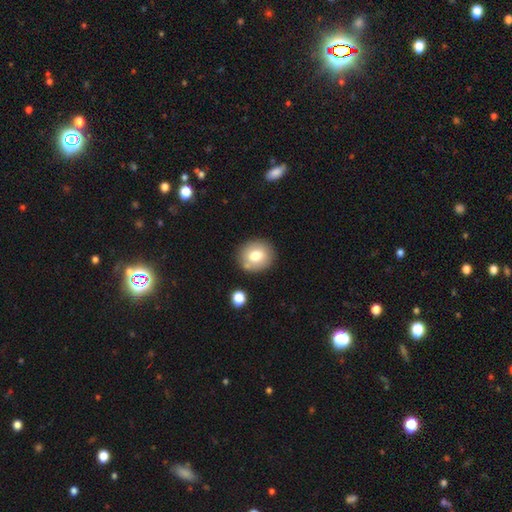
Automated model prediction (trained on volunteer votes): This appears to be a smooth galaxy with no disk features (75%) that is round (78%). Merging: none (80%).